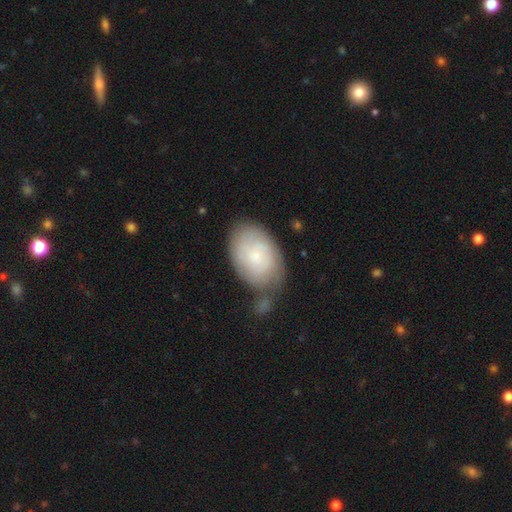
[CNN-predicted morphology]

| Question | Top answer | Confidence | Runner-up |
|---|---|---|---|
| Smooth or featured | smooth | 60% | featured or disk (33%) |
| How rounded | in between | 87% | round (12%) |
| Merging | none | 56% | minor disturbance (23%) |